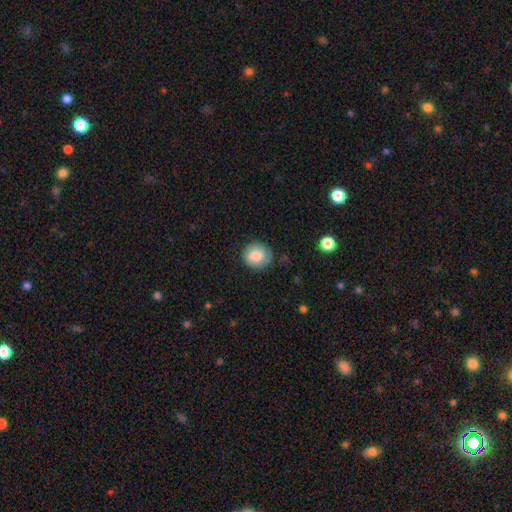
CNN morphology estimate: Smooth or featured? Predicted: smooth (p=0.80). How rounded? Predicted: round (p=0.81). Merging? Predicted: none (p=0.74).